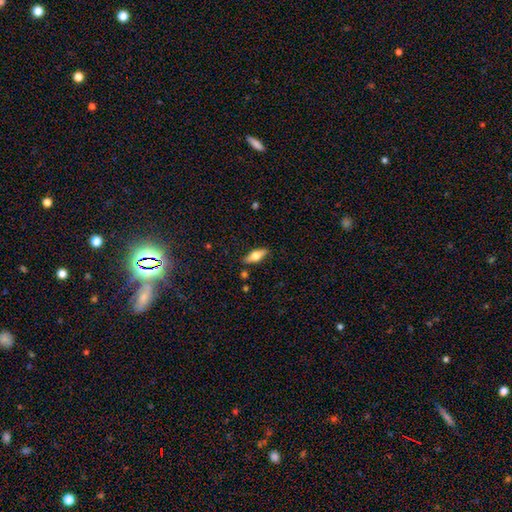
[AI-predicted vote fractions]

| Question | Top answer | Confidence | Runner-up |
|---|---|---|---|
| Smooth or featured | smooth | 51% | featured or disk (42%) |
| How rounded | in between | 66% | cigar-shaped (30%) |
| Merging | none | 86% | minor disturbance (10%) |